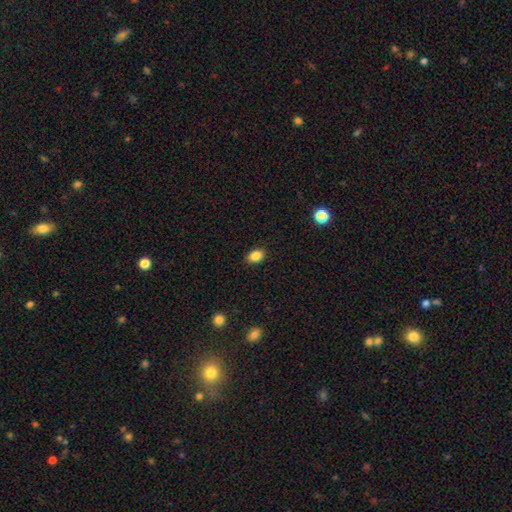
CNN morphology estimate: This is clearly a smooth galaxy (87%). How rounded: clearly in between (80%). Merging: clearly none (87%).